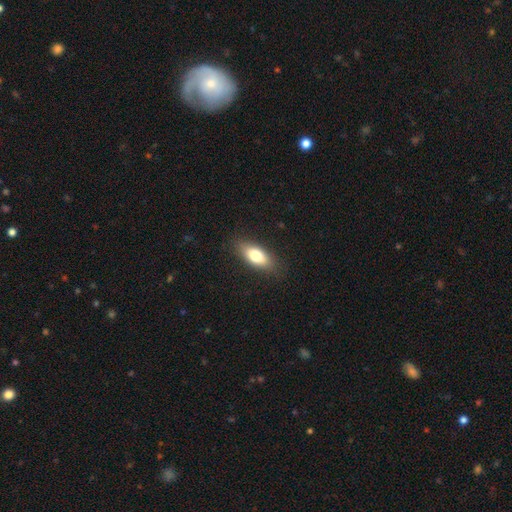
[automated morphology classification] smooth-or-featured: smooth: 75% | featured or disk: 18% | star or artifact: 7%
  how-rounded: in between: 79% | cigar-shaped: 17% | round: 4%
  merging: none: 85% | minor disturbance: 12% | major disturbance: 3% | merger: 1%